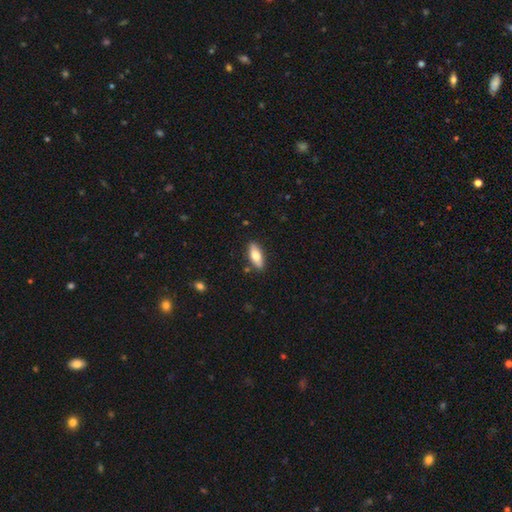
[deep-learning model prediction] Smooth or featured? smooth (71%)
How rounded? in between (75%)
Merging? none (86%)